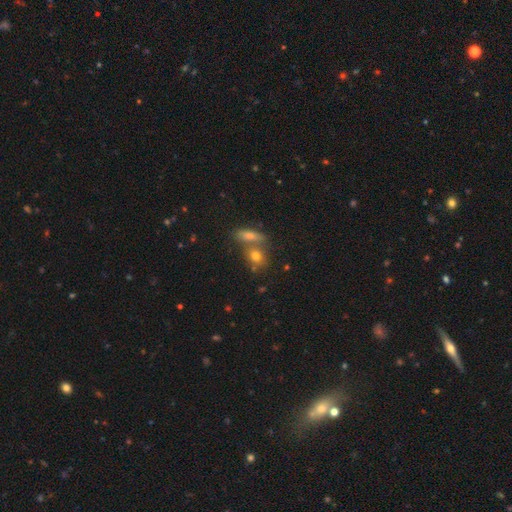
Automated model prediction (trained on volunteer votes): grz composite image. It shows a smooth galaxy with no disk features (65%) that is in between round and cigar-shaped (47%). Merging: merger (45%).